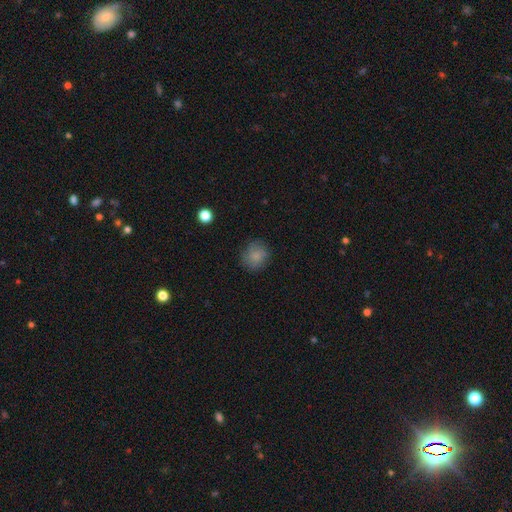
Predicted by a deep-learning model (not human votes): Smooth or featured?
  - smooth: 81% *
  - star or artifact: 10%
  - featured or disk: 10%
How rounded?
  - round: 83% *
  - in between: 16%
  - cigar-shaped: 1%
Merging?
  - none: 80% *
  - minor disturbance: 14%
  - major disturbance: 5%
  - merger: 1%